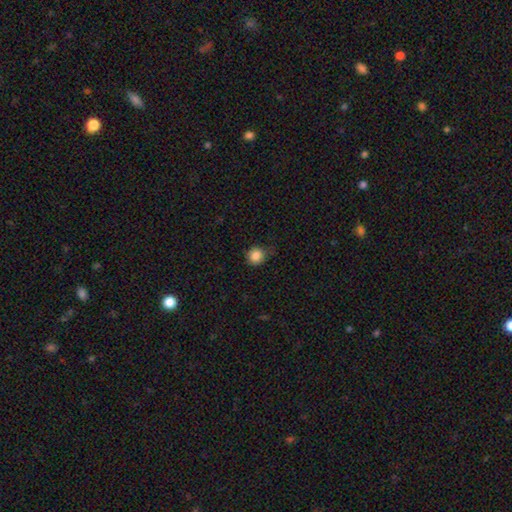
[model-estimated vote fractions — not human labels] A smooth galaxy with no disk features (84%) that is round (90%).

Vote fractions:
- Smooth or featured? smooth: 84% / star or artifact: 11% / featured or disk: 5%
- How rounded? round: 90% / in between: 9% / cigar-shaped: 1%
- Merging? none: 76% / minor disturbance: 19% / major disturbance: 4% / merger: 1%